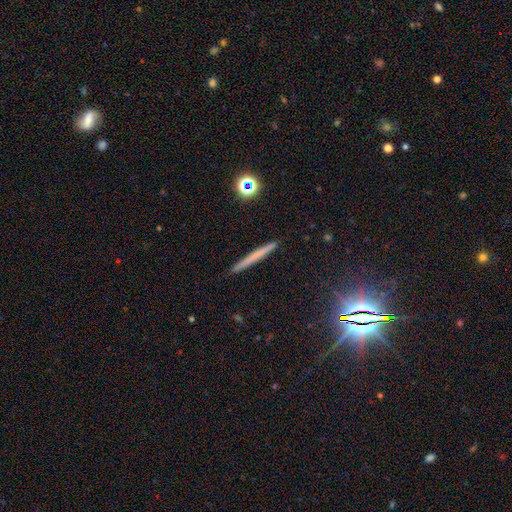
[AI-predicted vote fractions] Q: Smooth or featured?
A: smooth (53%); runner-up: featured or disk (33%)
Q: How rounded?
A: cigar-shaped (96%); runner-up: in between (2%)
Q: Merging?
A: none (91%); runner-up: minor disturbance (7%)